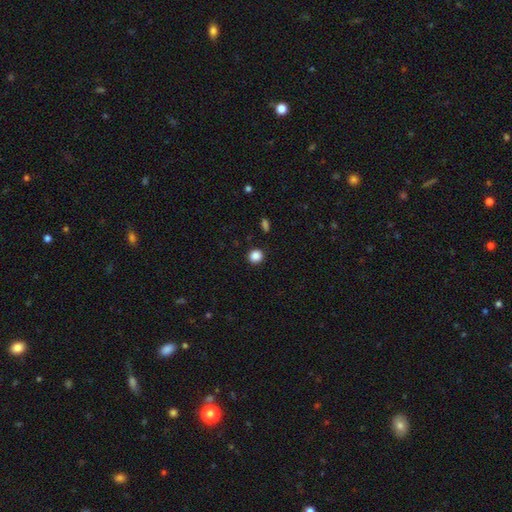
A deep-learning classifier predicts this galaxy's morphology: The model was most divided on "smooth or featured": smooth: 87%, star or artifact: 10%, featured or disk: 3%. More confident: merging — none (91%); how rounded — round (89%).